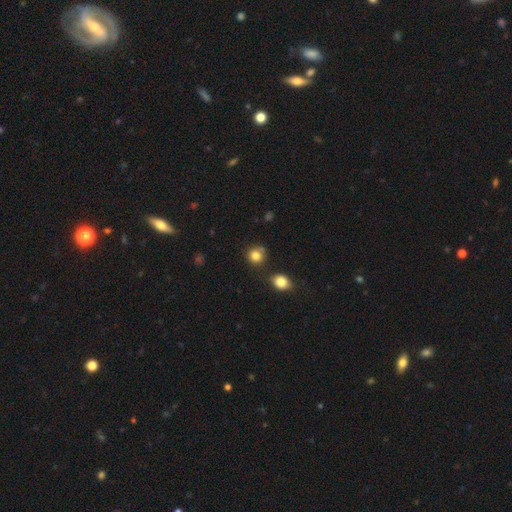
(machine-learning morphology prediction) smooth 83%, star or artifact 12%, featured or disk 6%. Down the decision tree: how rounded — round (87%); merging — none (74%).